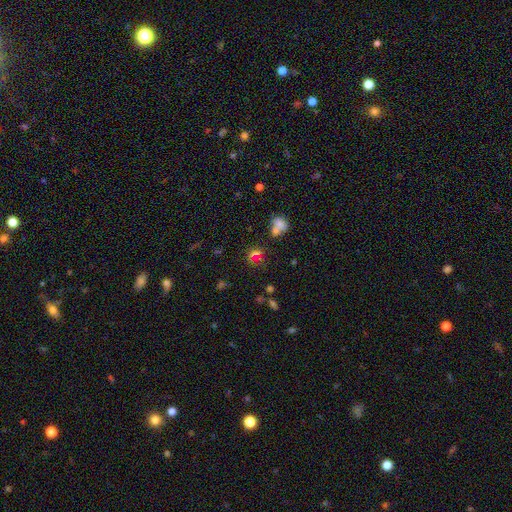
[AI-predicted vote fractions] Q: Smooth or featured?
A: smooth (56%); runner-up: star or artifact (30%)
Q: How rounded?
A: round (64%); runner-up: in between (33%)
Q: Merging?
A: none (57%); runner-up: merger (21%)